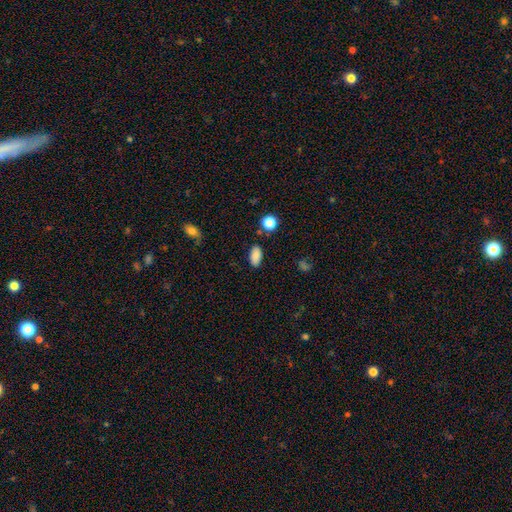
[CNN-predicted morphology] smooth 86%, star or artifact 9%, featured or disk 5%. Down the decision tree: how rounded — in between (92%); merging — none (83%).